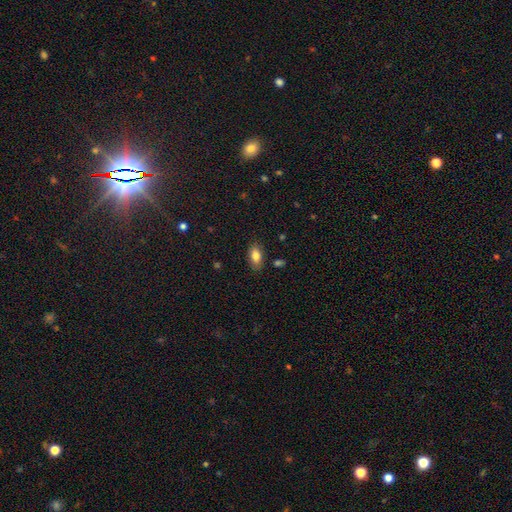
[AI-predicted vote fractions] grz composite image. It shows a smooth galaxy with no disk features (82%) that is in between round and cigar-shaped (90%). Merging: none (83%).